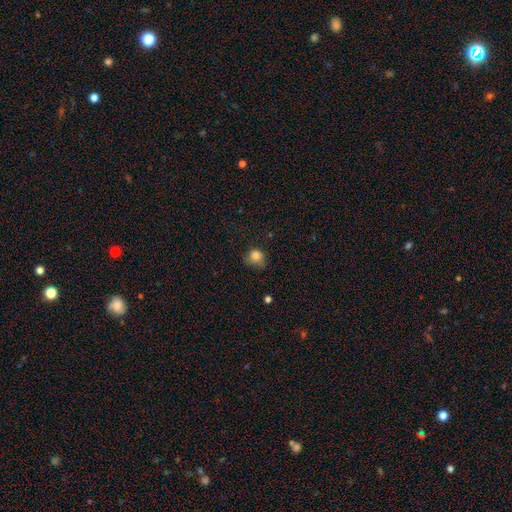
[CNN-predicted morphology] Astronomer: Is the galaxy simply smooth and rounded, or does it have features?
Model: smooth — 82%.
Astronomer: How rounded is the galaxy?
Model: round — 72%.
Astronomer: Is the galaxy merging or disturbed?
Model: none — 51% (runner-up: minor disturbance, 34%).